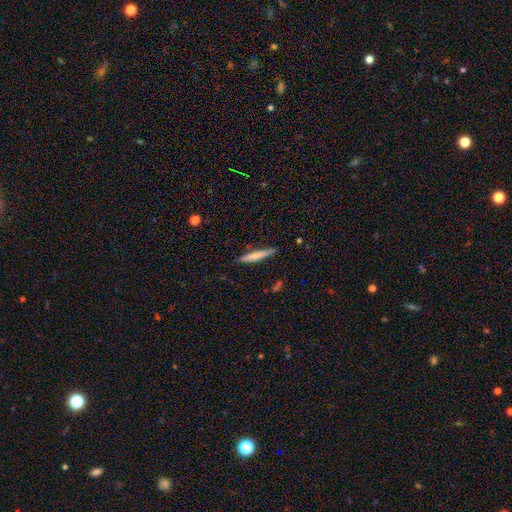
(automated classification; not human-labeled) Q: Smooth or featured?
A: smooth (66%); runner-up: featured or disk (29%)
Q: How rounded?
A: cigar-shaped (94%); runner-up: in between (5%)
Q: Merging?
A: none (87%); runner-up: minor disturbance (10%)